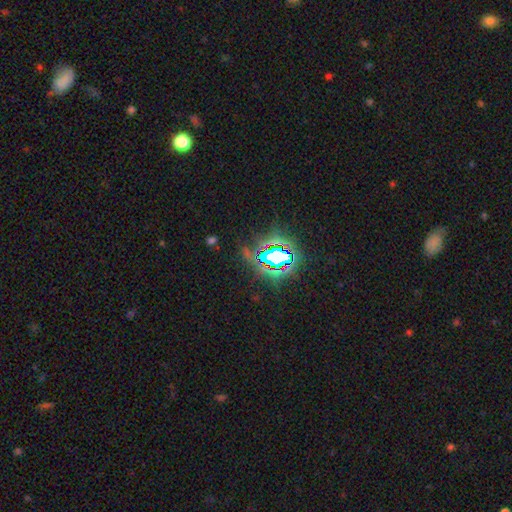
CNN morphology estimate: Smooth or featured? star or artifact (79%)